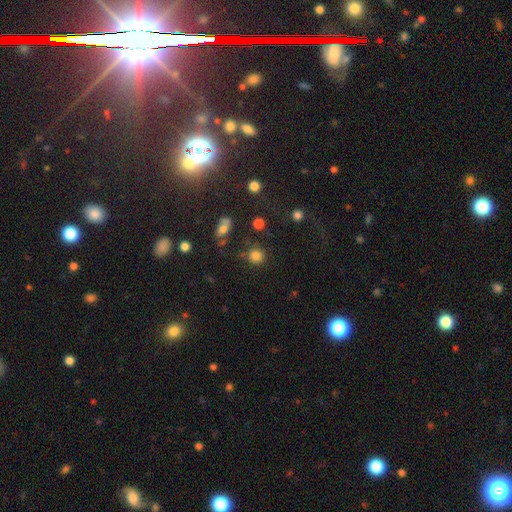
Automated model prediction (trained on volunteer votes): Smooth or featured? Predicted: smooth (p=0.81). How rounded? Predicted: round (p=0.88). Merging? Predicted: none (p=0.76).